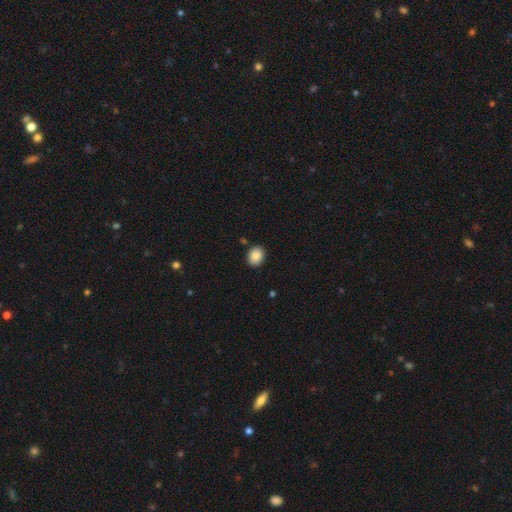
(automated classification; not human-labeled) Smooth or featured: smooth — 89% (star or artifact — 8%)
How rounded: round — 50% (in between — 49%)
Merging: none — 88% (minor disturbance — 8%)